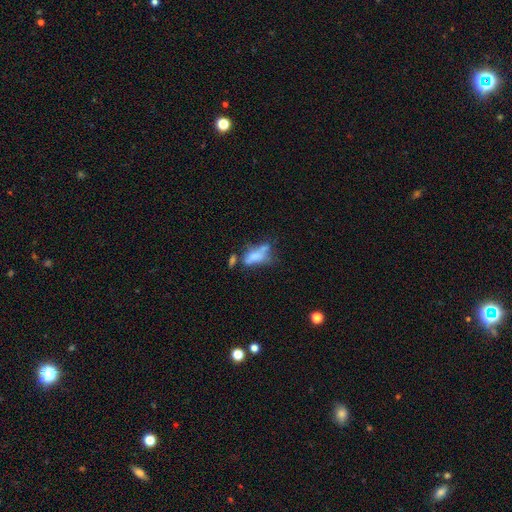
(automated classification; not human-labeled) Smooth or featured? Predicted: smooth (p=0.53). How rounded? Predicted: in between (p=0.81). Merging? Predicted: merger (p=0.33).